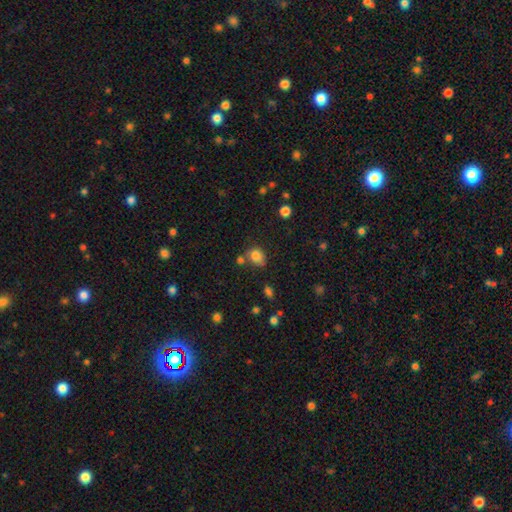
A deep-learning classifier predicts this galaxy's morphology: This is clearly a smooth galaxy (81%). How rounded: possibly round (52%). Merging: possibly none (57%).